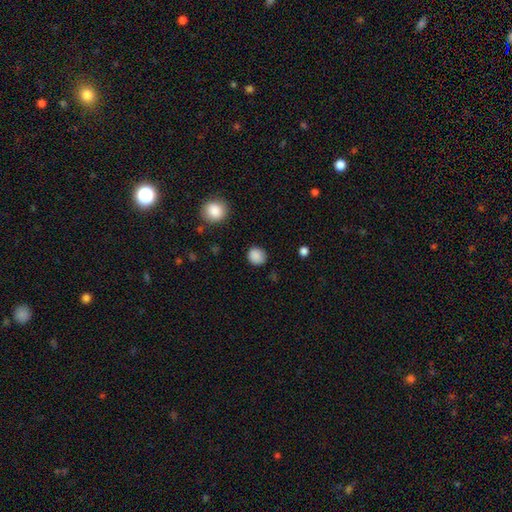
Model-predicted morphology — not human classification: smooth-or-featured: smooth: 87% | star or artifact: 9% | featured or disk: 3%
  how-rounded: round: 82% | in between: 18% | cigar-shaped: 1%
  merging: none: 85% | minor disturbance: 11% | major disturbance: 3% | merger: 1%